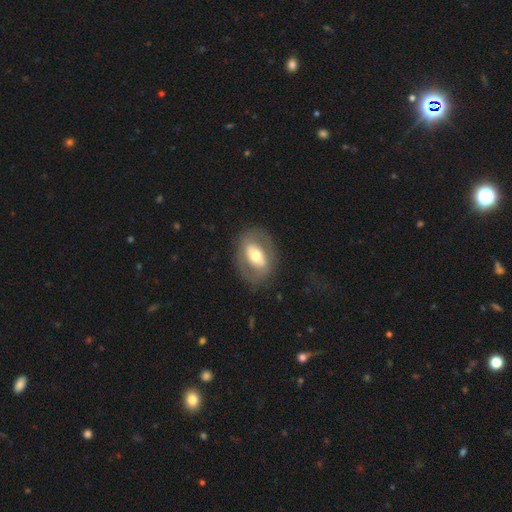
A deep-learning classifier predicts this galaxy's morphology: This appears to be a featured or disk galaxy (54%). Merging: none (76%).